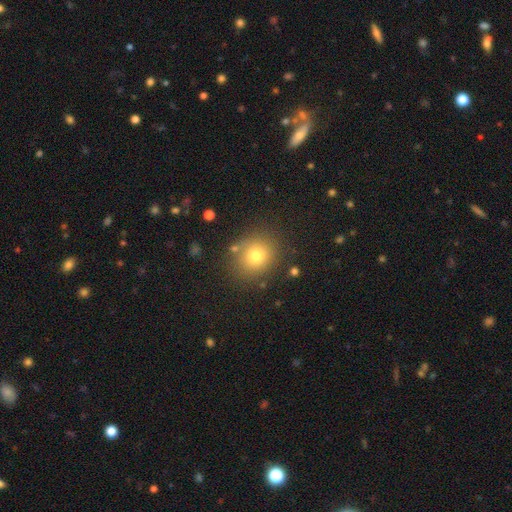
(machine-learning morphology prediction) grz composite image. It shows a smooth galaxy with no disk features (76%) that is round (77%). Merging: none (79%).